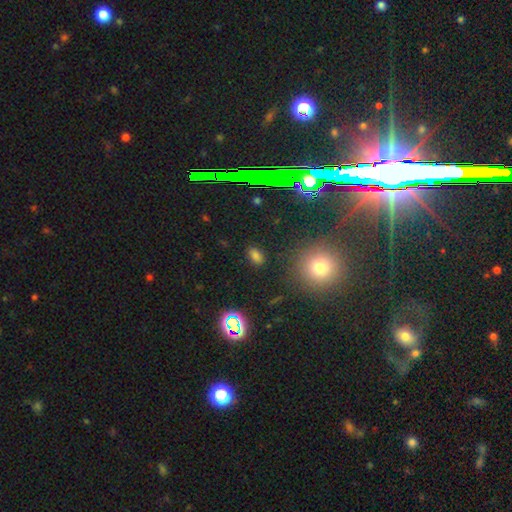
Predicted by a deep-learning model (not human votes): Morphology: type=smooth (72%); roundness=in between (85%); merging=none (87%).